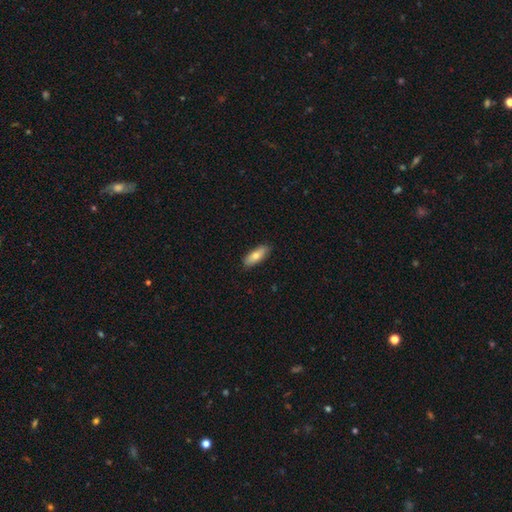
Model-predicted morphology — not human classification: The model was most divided on "how rounded": in between: 67%, cigar-shaped: 31%, round: 2%. More confident: merging — none (88%); smooth or featured — smooth (75%).